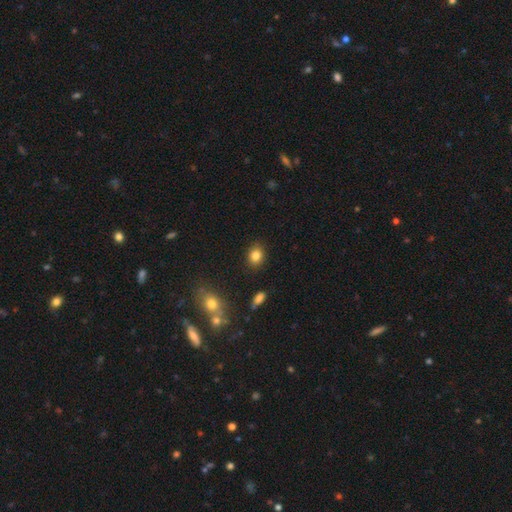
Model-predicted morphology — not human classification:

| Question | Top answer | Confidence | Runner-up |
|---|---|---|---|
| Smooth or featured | smooth | 84% | star or artifact (10%) |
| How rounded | round | 55% | in between (44%) |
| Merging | none | 86% | minor disturbance (9%) |